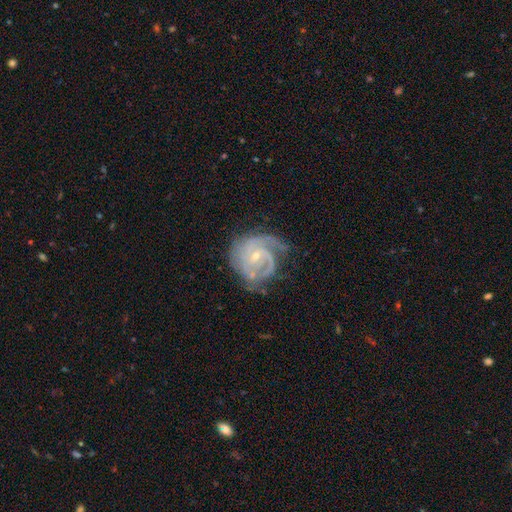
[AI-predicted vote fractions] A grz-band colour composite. It shows a featured or disk galaxy (88%) with no bar (58%), 2 (35%) tight (60%) spiral arms (97%) and a small central bulge (74%). Merging: none (57%).